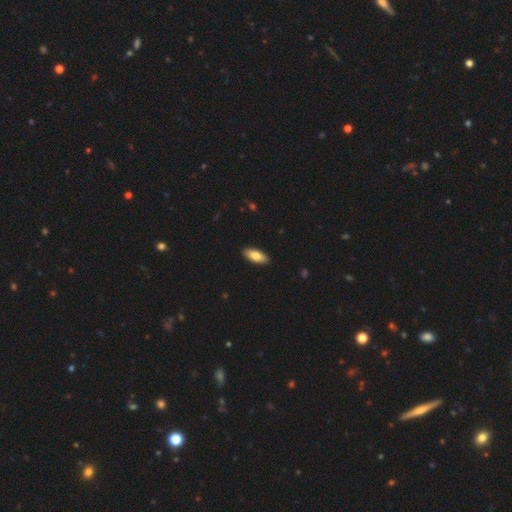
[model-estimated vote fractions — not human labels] A smooth galaxy with no disk features (84%) that is in between round and cigar-shaped (83%).

Vote fractions:
- Smooth or featured? smooth: 84% / featured or disk: 10% / star or artifact: 6%
- How rounded? in between: 83% / cigar-shaped: 15% / round: 2%
- Merging? none: 91% / minor disturbance: 7% / major disturbance: 1% / merger: 1%